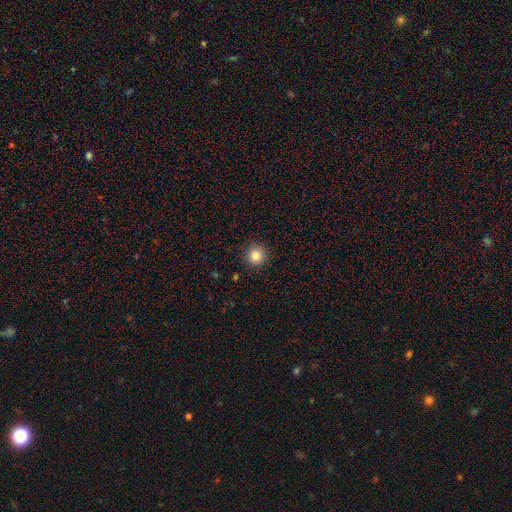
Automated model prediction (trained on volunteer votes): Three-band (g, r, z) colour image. It shows a smooth galaxy with no disk features (85%) that is round (94%). Merging: none (91%).